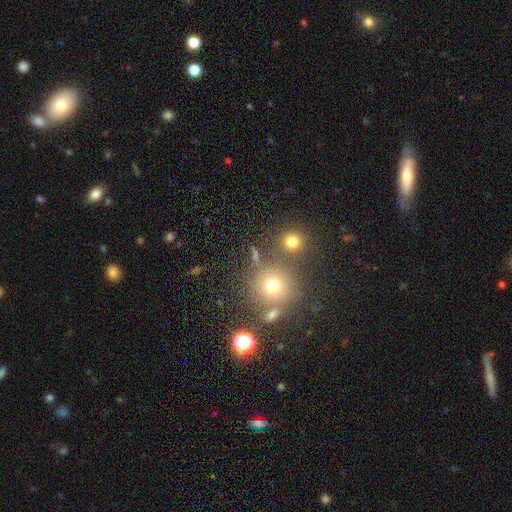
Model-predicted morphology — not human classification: Overall: smooth (57%; star or artifact 31%). How rounded: round (89%). Merging: none (74%).